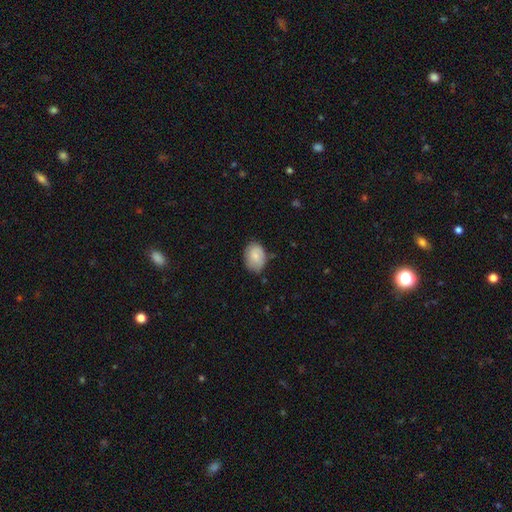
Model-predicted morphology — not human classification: This appears to be a smooth galaxy with no disk features (78%) that is in between round and cigar-shaped (73%). Merging: none (69%).